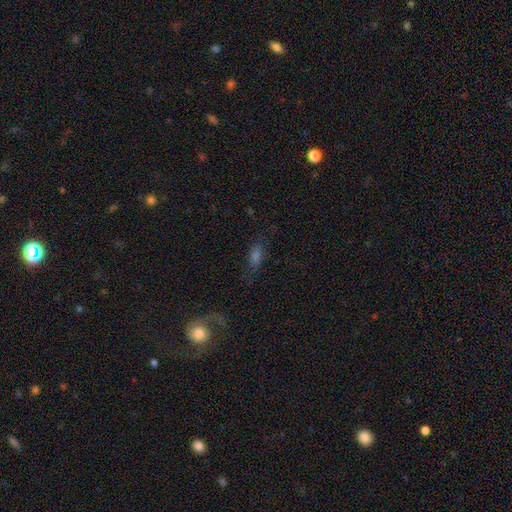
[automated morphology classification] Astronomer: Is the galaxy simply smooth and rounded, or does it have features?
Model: smooth — 44% (runner-up: featured or disk, 38%).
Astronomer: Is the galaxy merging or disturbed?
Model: none — 65%.